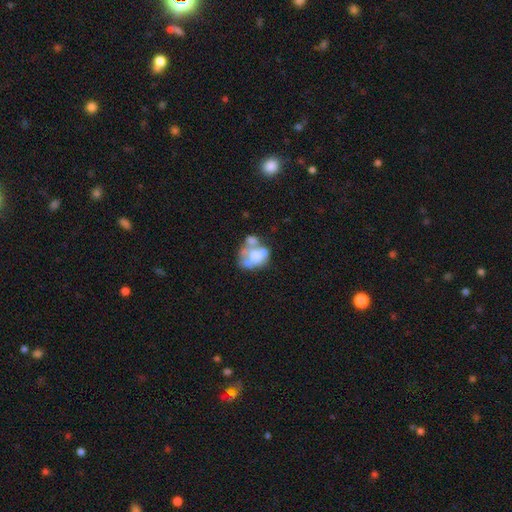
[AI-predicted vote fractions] Smooth or featured? Predicted: featured or disk (p=0.47). Merging? Predicted: merger (p=0.44).